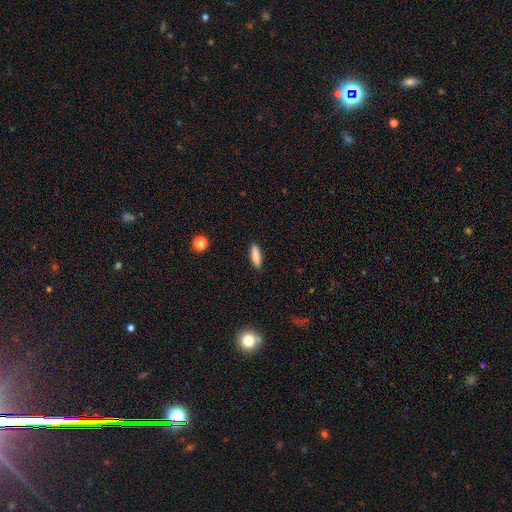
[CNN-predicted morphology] A smooth galaxy with no disk features (85%) that is cigar-shaped (56%).

Vote fractions:
- Smooth or featured? smooth: 85% / featured or disk: 8% / star or artifact: 7%
- How rounded? cigar-shaped: 56% / in between: 42% / round: 2%
- Merging? none: 87% / minor disturbance: 10% / major disturbance: 2% / merger: 1%